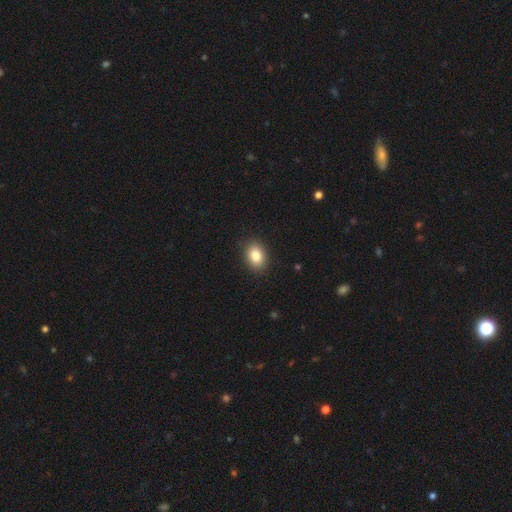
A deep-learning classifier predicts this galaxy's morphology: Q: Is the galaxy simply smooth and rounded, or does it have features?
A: smooth — 84%.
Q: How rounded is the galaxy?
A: in between — 71%.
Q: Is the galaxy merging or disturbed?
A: none — 90%.